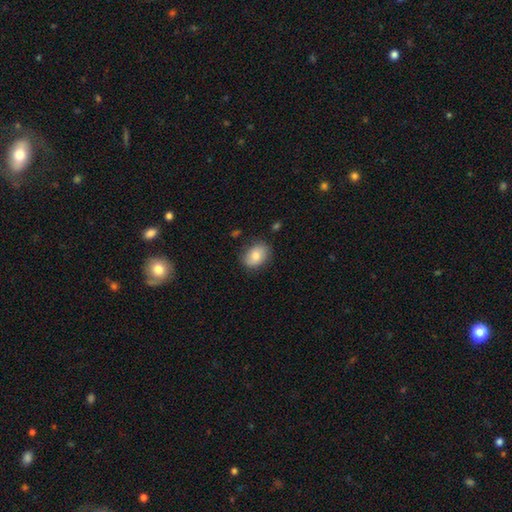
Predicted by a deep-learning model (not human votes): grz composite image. It shows a smooth galaxy with no disk features (78%) that is in between round and cigar-shaped (73%). Merging: none (80%).